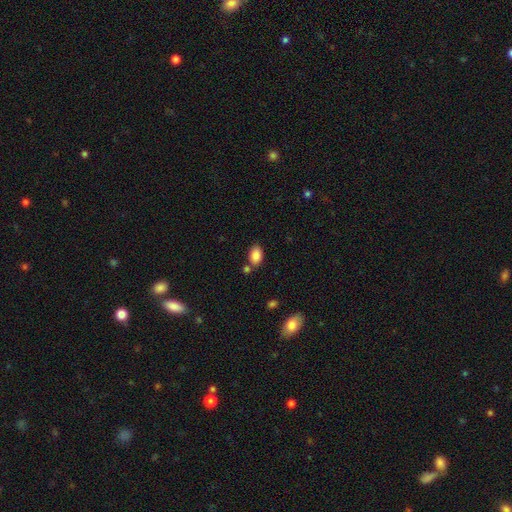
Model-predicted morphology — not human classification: Smooth or featured? smooth (87%)
How rounded? in between (86%)
Merging? none (69%)